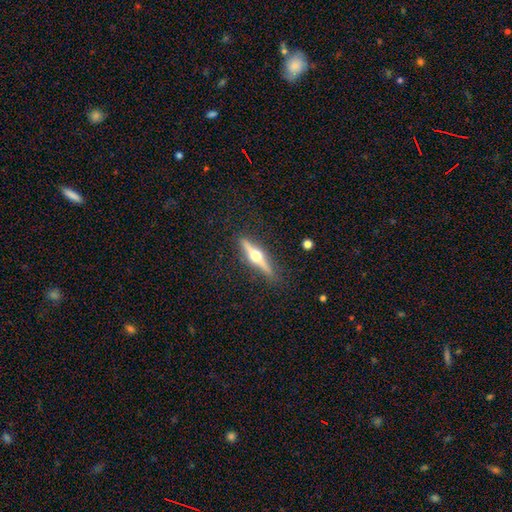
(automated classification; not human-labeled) smooth_or_featured: featured or disk (p=0.78) [alt: smooth p=0.17]
disk_edge_on: yes (p=0.98) [alt: no p=0.02]
edge_on_bulge: rounded (p=0.96) [alt: boxy p=0.02]
merging: none (p=0.89) [alt: minor disturbance p=0.08]